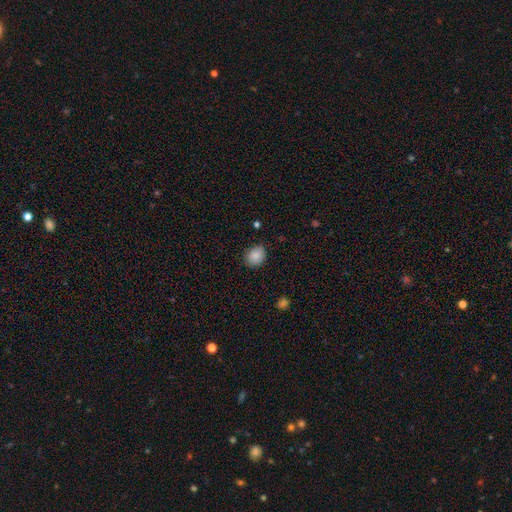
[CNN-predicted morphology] A smooth galaxy with no disk features (86%) that is round (54%). Merging: none (82%).